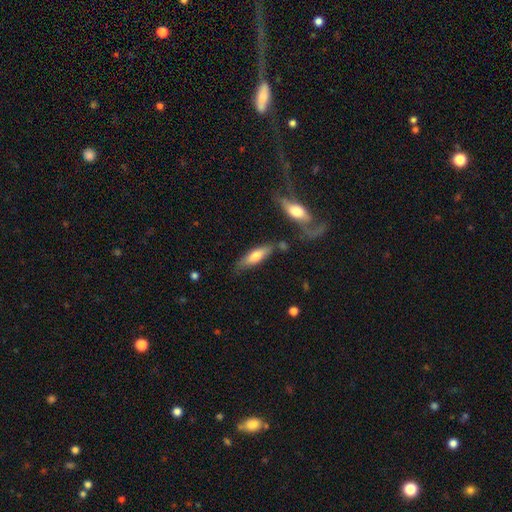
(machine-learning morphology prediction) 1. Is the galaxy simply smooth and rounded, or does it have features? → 65% smooth, 29% featured or disk, 6% star or artifact.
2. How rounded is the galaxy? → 60% cigar-shaped, 38% in between, 2% round.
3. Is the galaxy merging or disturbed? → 73% none, 16% minor disturbance, 7% merger, 4% major disturbance.